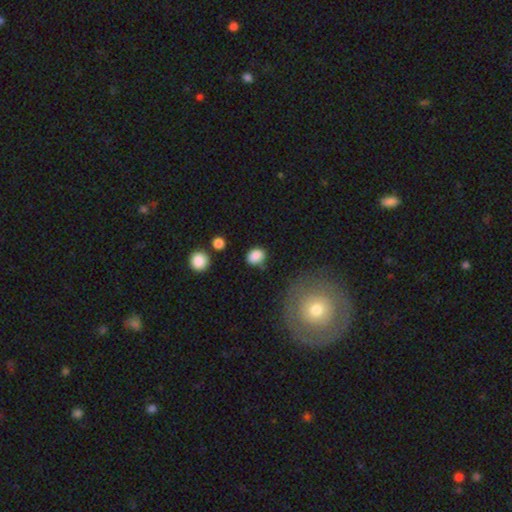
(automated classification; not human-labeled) Q: Smooth or featured?
A: smooth (86%); runner-up: star or artifact (9%)
Q: How rounded?
A: in between (50%); runner-up: round (49%)
Q: Merging?
A: none (75%); runner-up: minor disturbance (16%)